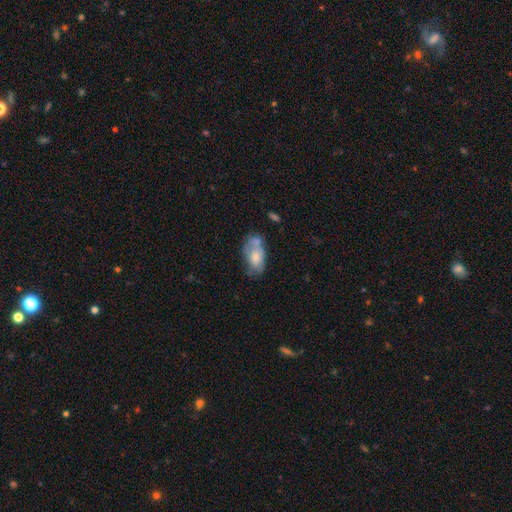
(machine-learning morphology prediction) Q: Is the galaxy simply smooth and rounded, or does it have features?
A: smooth — 62%.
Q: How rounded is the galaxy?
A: in between — 90%.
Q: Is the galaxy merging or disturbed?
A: none — 34%.